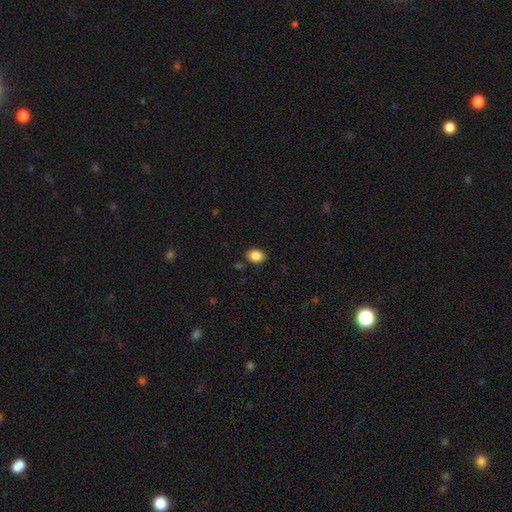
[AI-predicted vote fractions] Q: Smooth or featured?
A: smooth (85%); runner-up: star or artifact (9%)
Q: How rounded?
A: in between (72%); runner-up: round (27%)
Q: Merging?
A: none (86%); runner-up: minor disturbance (10%)